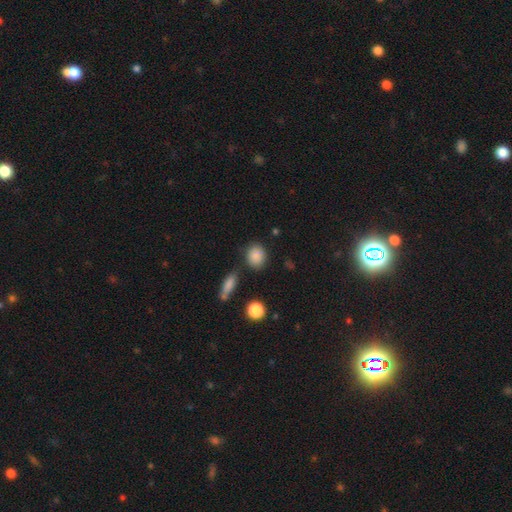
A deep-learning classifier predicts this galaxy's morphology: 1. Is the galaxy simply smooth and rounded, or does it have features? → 86% smooth, 9% star or artifact, 5% featured or disk.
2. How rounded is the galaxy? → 62% round, 36% in between, 2% cigar-shaped.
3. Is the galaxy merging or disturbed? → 77% none, 13% minor disturbance, 7% merger, 4% major disturbance.